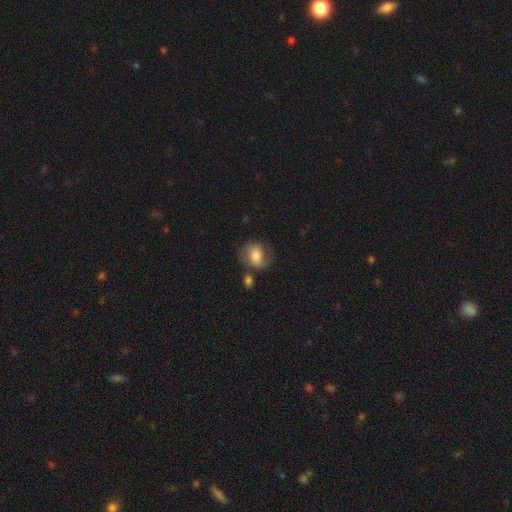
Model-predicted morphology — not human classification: This appears to be a smooth galaxy with no disk features (59%) that is round (50%). Merging: none (55%).